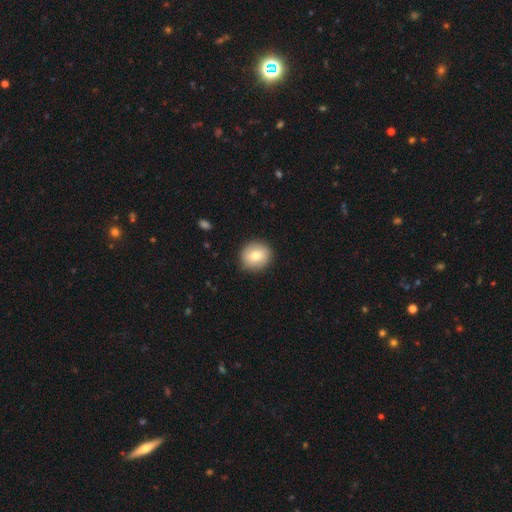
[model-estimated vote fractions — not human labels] smooth 76%, featured or disk 16%, star or artifact 8%. Down the decision tree: how rounded — round (87%); merging — none (90%).